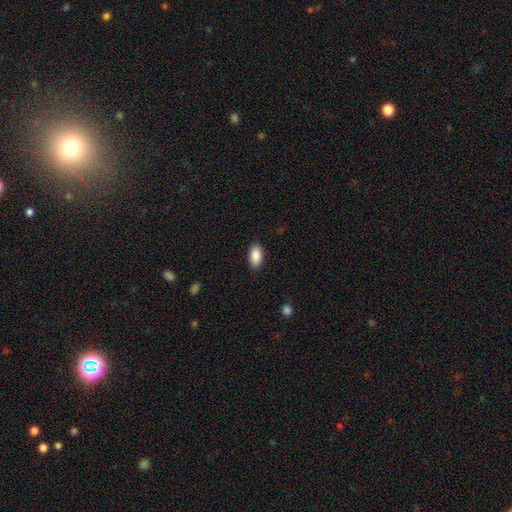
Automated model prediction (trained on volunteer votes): smooth 90%, star or artifact 6%, featured or disk 4%. Down the decision tree: how rounded — in between (94%); merging — none (89%).